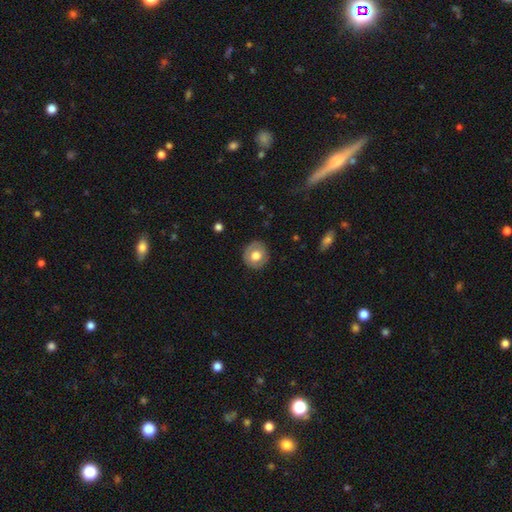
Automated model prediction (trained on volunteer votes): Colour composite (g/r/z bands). It shows a smooth galaxy with no disk features (67%) that is round (85%). Merging: none (86%).